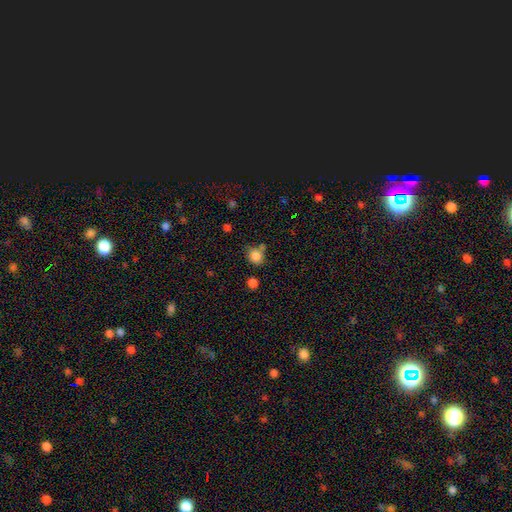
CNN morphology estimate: Q: Smooth or featured?
A: smooth (84%); runner-up: star or artifact (11%)
Q: How rounded?
A: round (75%); runner-up: in between (24%)
Q: Merging?
A: none (64%); runner-up: minor disturbance (17%)